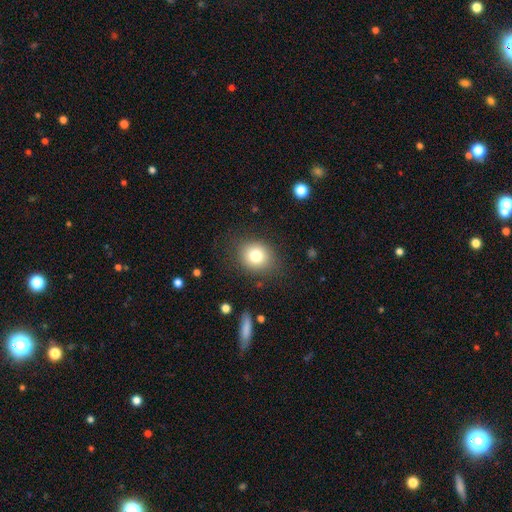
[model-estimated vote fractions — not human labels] Smooth or featured: smooth — 79% (star or artifact — 11%)
How rounded: round — 74% (in between — 25%)
Merging: none — 84% (minor disturbance — 11%)